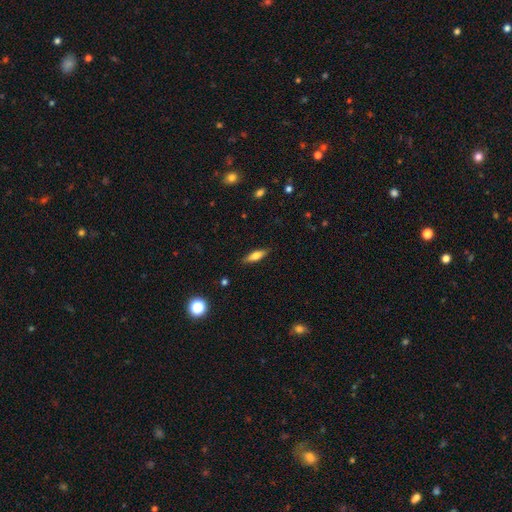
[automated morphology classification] smooth-or-featured: smooth: 66% | featured or disk: 26% | star or artifact: 8%
  how-rounded: cigar-shaped: 49% | in between: 48% | round: 2%
  merging: none: 87% | minor disturbance: 10% | major disturbance: 2% | merger: 1%